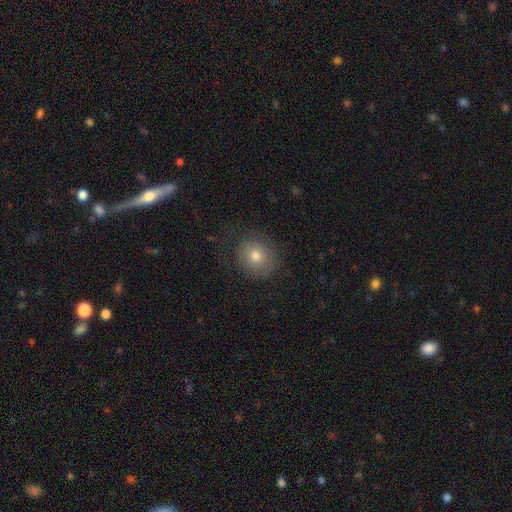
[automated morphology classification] type=smooth (73%); roundness=round (79%); merging=none (77%).